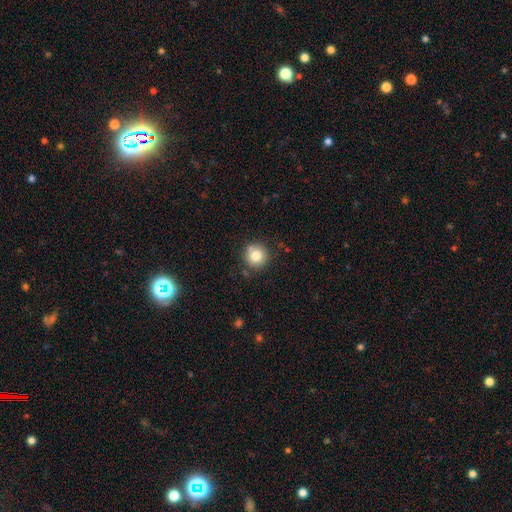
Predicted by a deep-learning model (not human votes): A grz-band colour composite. It shows a smooth galaxy with no disk features (80%) that is round (94%). Merging: none (81%).